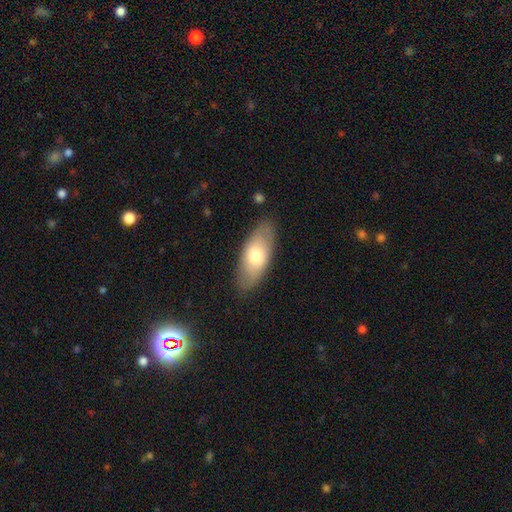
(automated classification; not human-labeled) This appears to be a smooth galaxy with no disk features (67%) that is in between round and cigar-shaped (85%). Merging: none (85%).